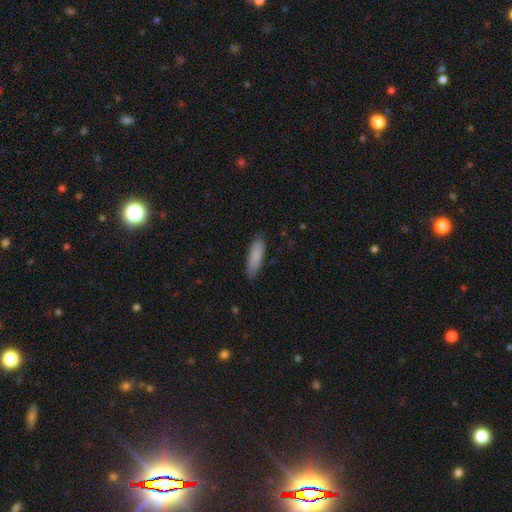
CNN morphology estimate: type=smooth (86%); roundness=cigar-shaped (56%); merging=none (82%).